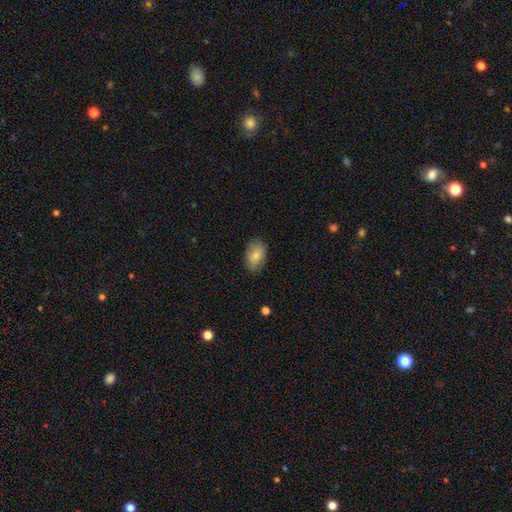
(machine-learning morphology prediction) smooth 80%, featured or disk 13%, star or artifact 7%. Down the decision tree: how rounded — in between (89%); merging — none (83%).